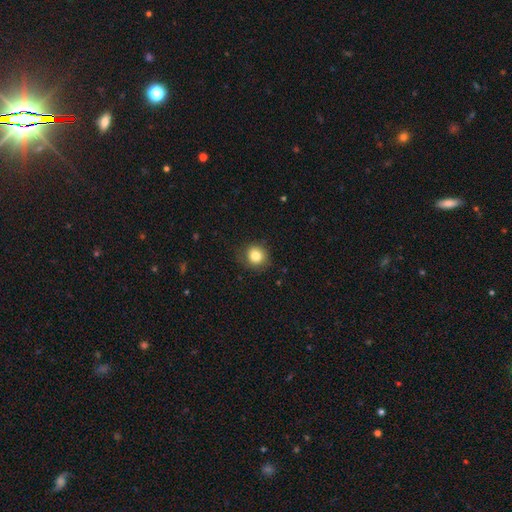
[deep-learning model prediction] smooth_or_featured: smooth (p=0.81) [alt: star or artifact p=0.11]
how_rounded: round (p=0.86) [alt: in between p=0.13]
merging: none (p=0.80) [alt: minor disturbance p=0.15]